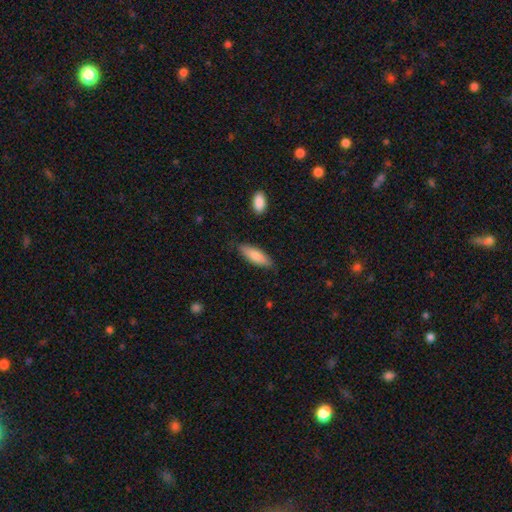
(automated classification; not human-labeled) Smooth or featured?
  - smooth: 83% *
  - featured or disk: 11%
  - star or artifact: 6%
How rounded?
  - in between: 56% *
  - cigar-shaped: 42%
  - round: 2%
Merging?
  - none: 83% *
  - minor disturbance: 13%
  - major disturbance: 3%
  - merger: 2%